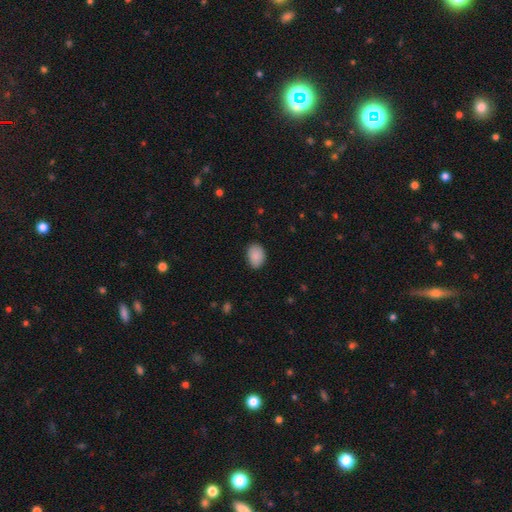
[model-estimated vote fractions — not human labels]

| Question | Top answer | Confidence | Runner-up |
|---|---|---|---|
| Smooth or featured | smooth | 89% | star or artifact (7%) |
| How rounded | in between | 80% | round (19%) |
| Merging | none | 84% | minor disturbance (13%) |